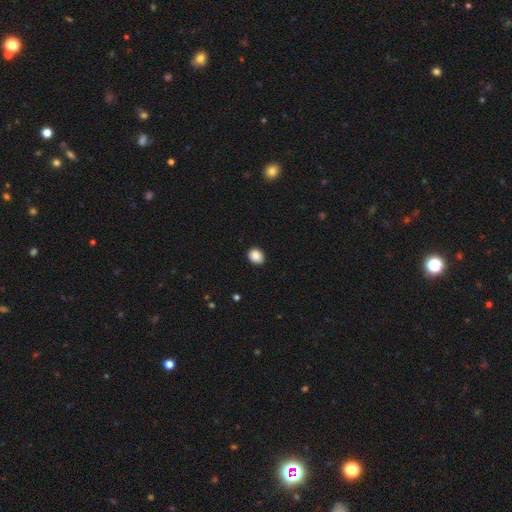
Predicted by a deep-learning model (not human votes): Smooth or featured? smooth (87%)
How rounded? round (64%)
Merging? none (91%)